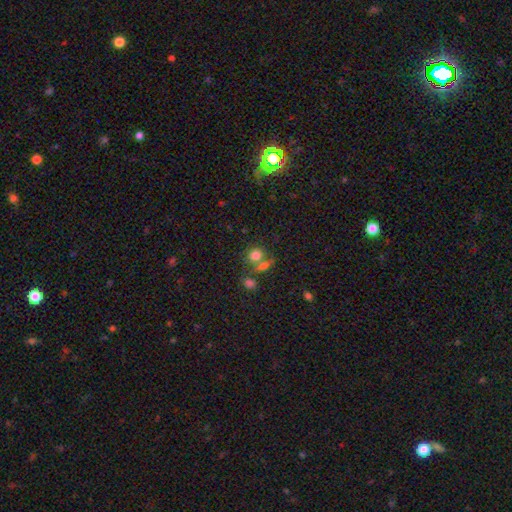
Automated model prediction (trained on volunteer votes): Overall: smooth (76%). How rounded: round (61%; in between 37%). Merging: none (47%; merger 36%).